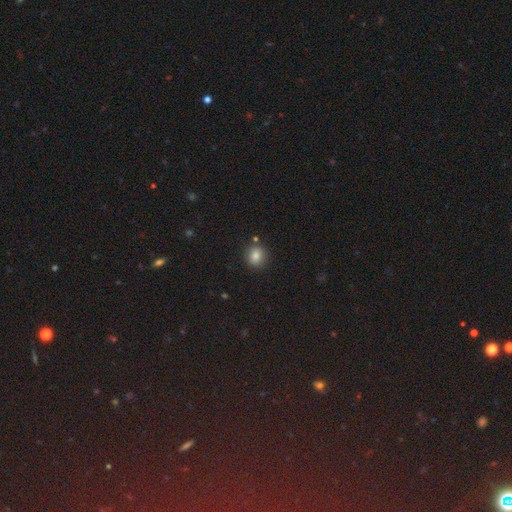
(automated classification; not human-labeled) A smooth galaxy with no disk features (82%) that is round (80%). Merging: none (84%).